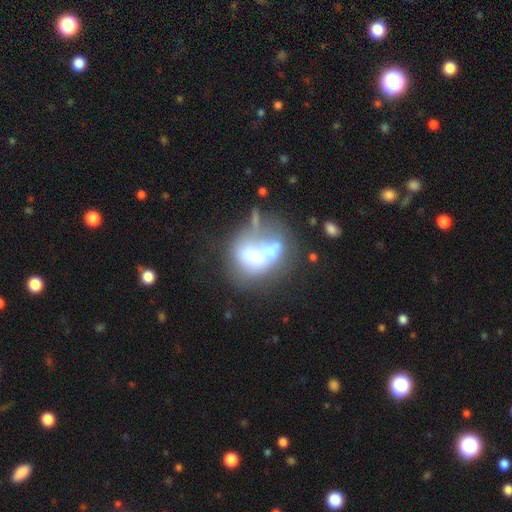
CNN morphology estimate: smooth_or_featured: smooth (p=0.47) [alt: featured or disk p=0.41]
merging: merger (p=0.48) [alt: none p=0.20]